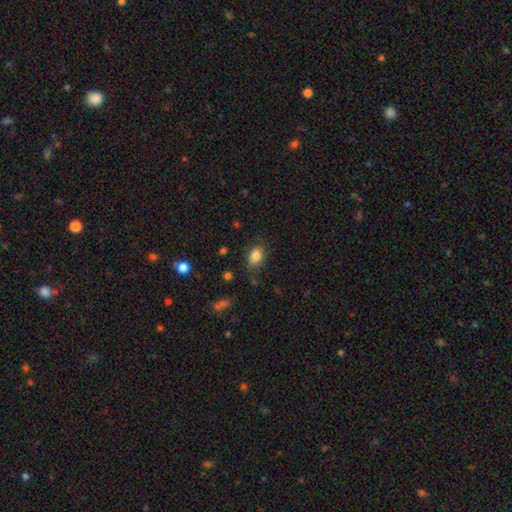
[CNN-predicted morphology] This appears to be a smooth galaxy with no disk features (84%) that is in between round and cigar-shaped (73%). Merging: none (76%).